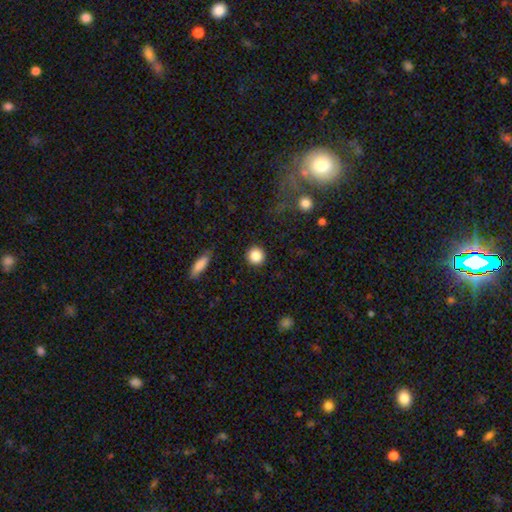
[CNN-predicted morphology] Smooth or featured? Predicted: smooth (p=0.86). How rounded? Predicted: round (p=0.93). Merging? Predicted: none (p=0.91).